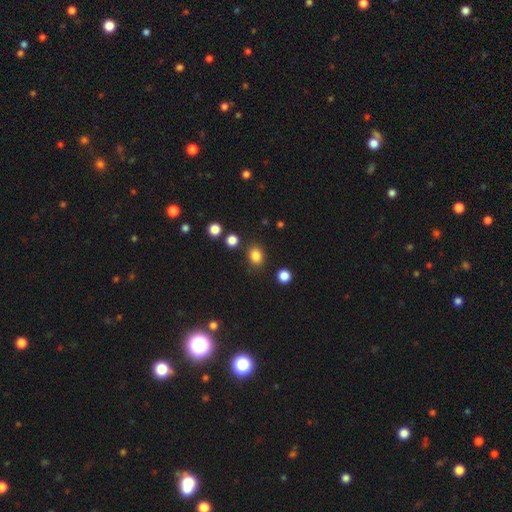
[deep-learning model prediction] This is clearly a smooth galaxy (84%). How rounded: possibly in between (50%). Merging: clearly none (83%).